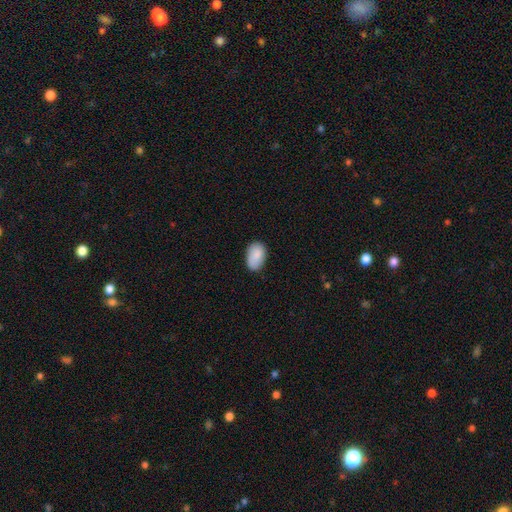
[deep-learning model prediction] This appears to be a smooth galaxy with no disk features (87%) that is in between round and cigar-shaped (91%). Merging: none (76%).